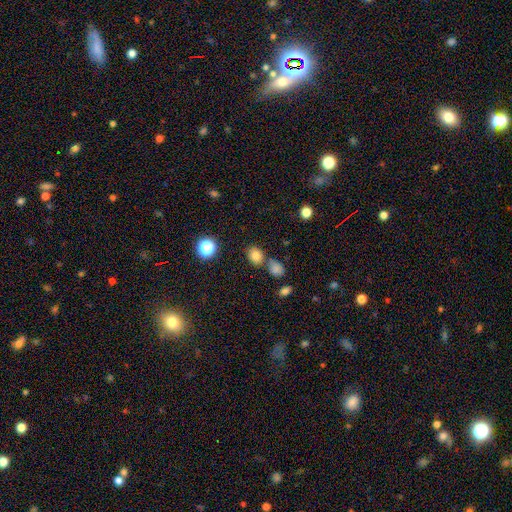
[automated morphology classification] Overall: smooth (79%). How rounded: round (55%; in between 43%). Merging: none (66%).